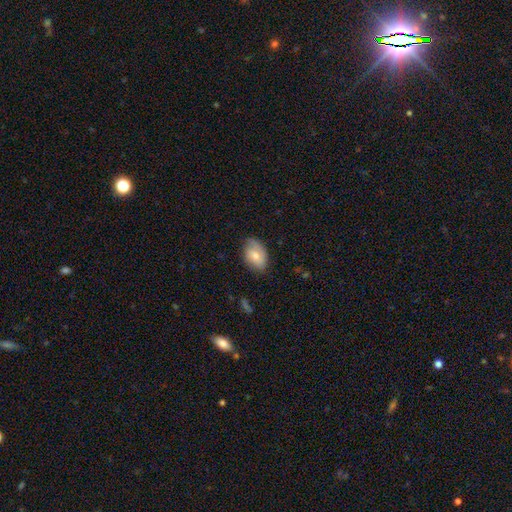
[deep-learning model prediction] Overall: smooth (58%; featured or disk 35%). How rounded: in between (85%). Merging: none (68%).